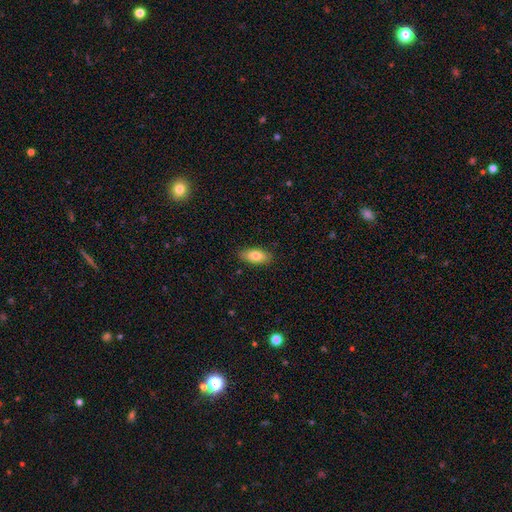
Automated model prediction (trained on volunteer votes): This appears to be a smooth galaxy with no disk features (79%) that is in between round and cigar-shaped (85%). Merging: none (86%).